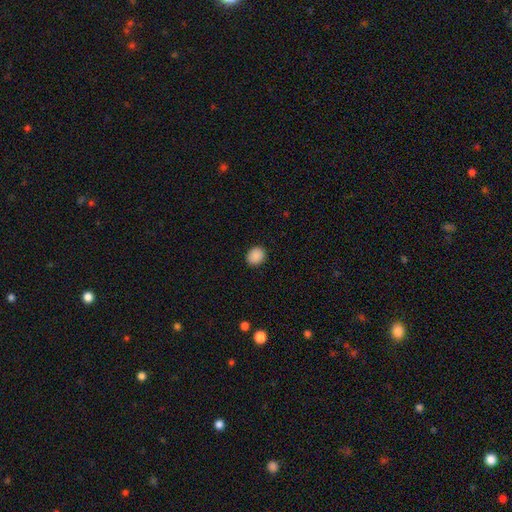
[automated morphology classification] Smooth or featured: smooth — 88% (star or artifact — 8%)
How rounded: round — 62% (in between — 37%)
Merging: none — 90% (minor disturbance — 7%)